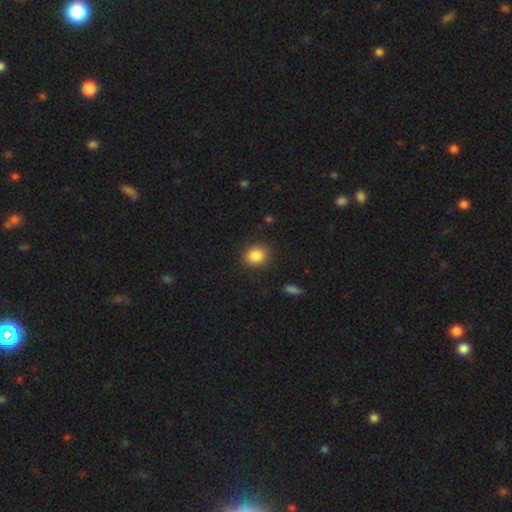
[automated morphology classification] smooth_or_featured: smooth (p=0.86) [alt: star or artifact p=0.09]
how_rounded: round (p=0.65) [alt: in between p=0.34]
merging: none (p=0.88) [alt: minor disturbance p=0.08]